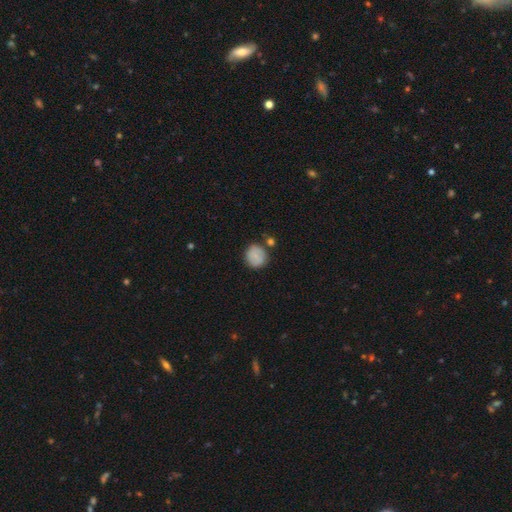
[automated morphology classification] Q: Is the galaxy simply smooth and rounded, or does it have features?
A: smooth — 77%.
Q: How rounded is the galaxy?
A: round — 88%.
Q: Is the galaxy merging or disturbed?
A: none — 74%.